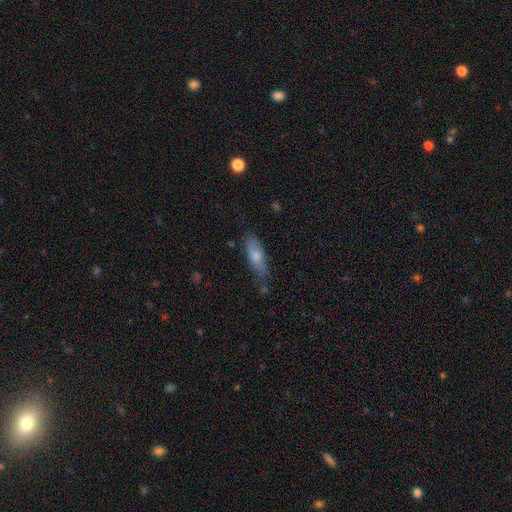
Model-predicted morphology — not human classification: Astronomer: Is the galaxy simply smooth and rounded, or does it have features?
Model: smooth — 71%.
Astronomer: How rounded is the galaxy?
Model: in between — 57% (runner-up: cigar-shaped, 40%).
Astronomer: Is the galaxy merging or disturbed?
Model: none — 67%.